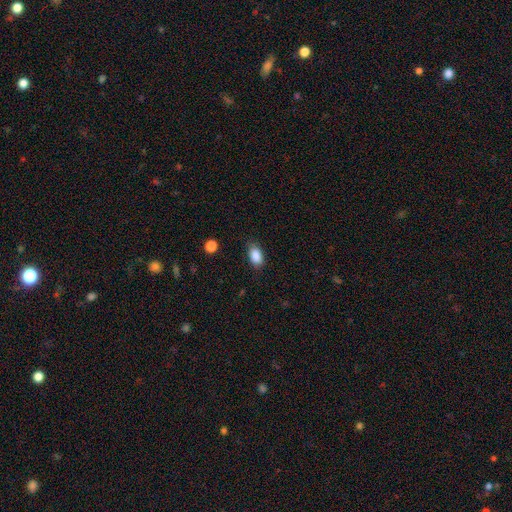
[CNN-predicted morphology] smooth-or-featured: smooth: 88% | star or artifact: 8% | featured or disk: 4%
  how-rounded: in between: 90% | round: 7% | cigar-shaped: 2%
  merging: none: 80% | minor disturbance: 15% | major disturbance: 3% | merger: 1%